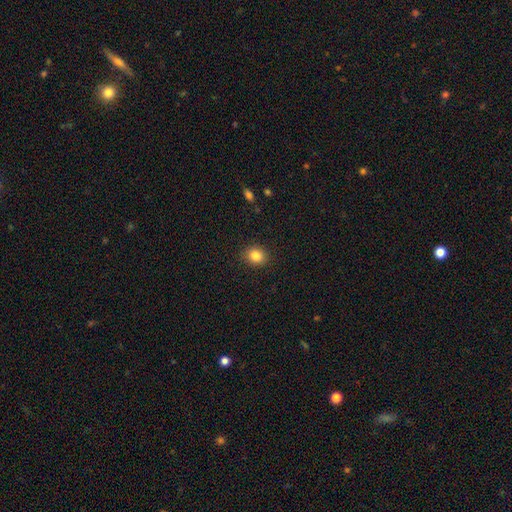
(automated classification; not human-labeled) Morphology: type=smooth (84%); roundness=round (67%); merging=none (90%).